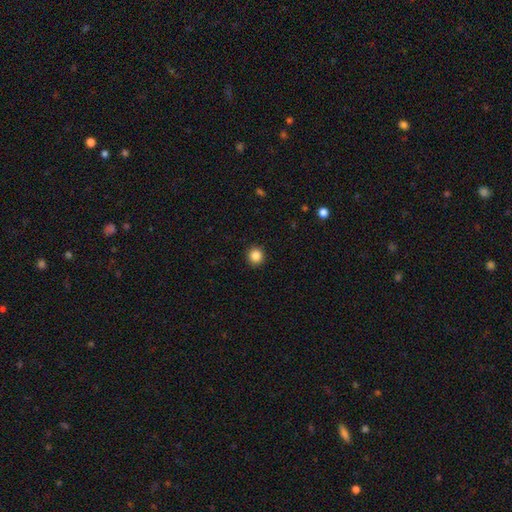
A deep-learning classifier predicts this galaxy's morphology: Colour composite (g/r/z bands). It shows a smooth galaxy with no disk features (86%) that is round (94%). Merging: none (93%).